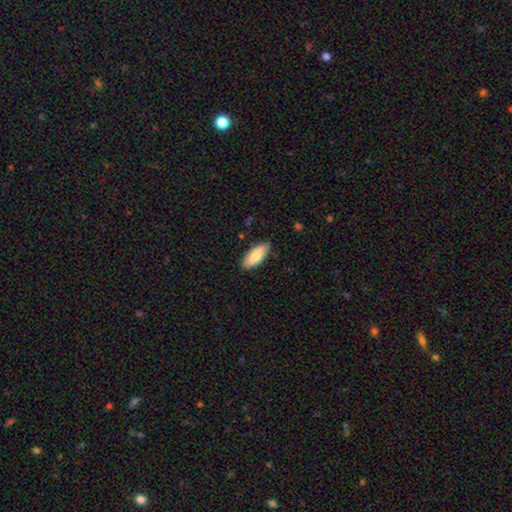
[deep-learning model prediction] This is clearly a smooth galaxy (82%). How rounded: clearly in between (80%). Merging: clearly none (85%).